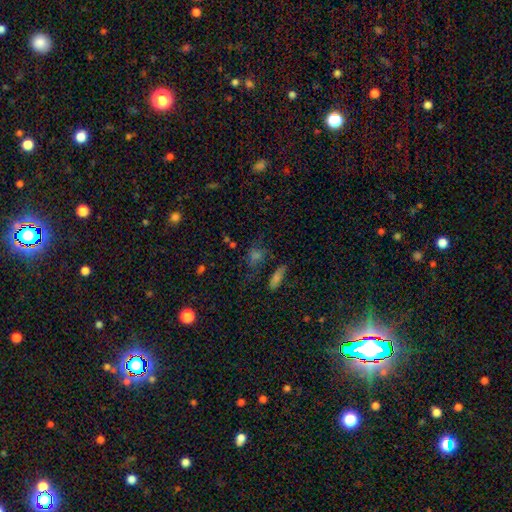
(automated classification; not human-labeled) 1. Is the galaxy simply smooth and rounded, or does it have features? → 42% star or artifact, 41% smooth, 17% featured or disk.